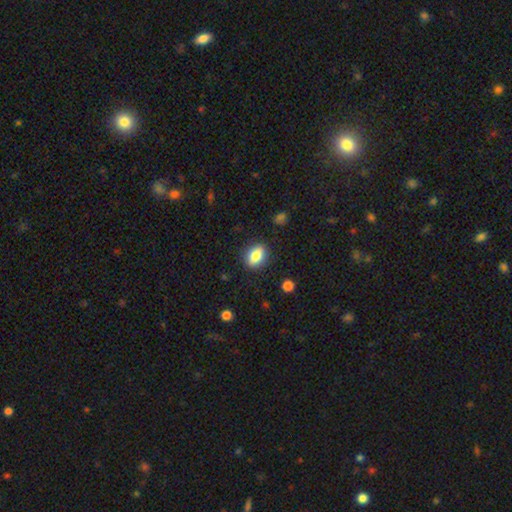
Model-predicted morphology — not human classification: Smooth or featured? Predicted: smooth (p=0.78). How rounded? Predicted: in between (p=0.71). Merging? Predicted: none (p=0.86).